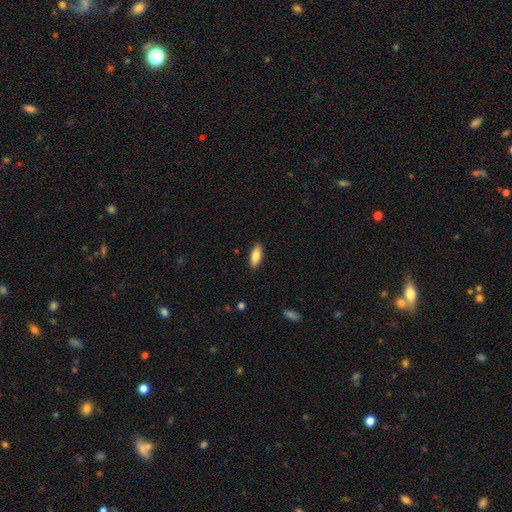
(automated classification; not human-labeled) smooth 78%, featured or disk 16%, star or artifact 6%. Down the decision tree: how rounded — in between (71%); merging — none (89%).